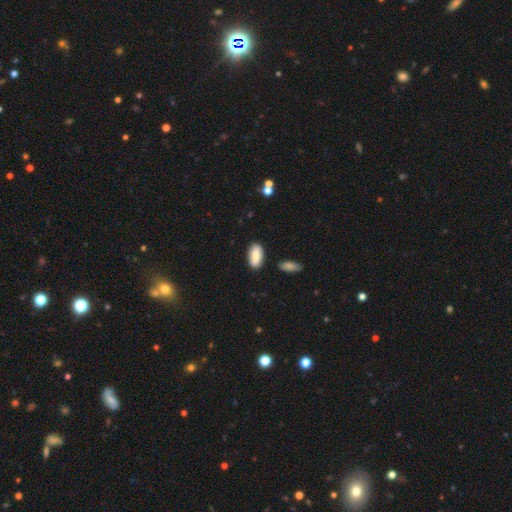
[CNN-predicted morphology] Smooth or featured: smooth — 83% (featured or disk — 11%)
How rounded: in between — 91% (cigar-shaped — 6%)
Merging: none — 82% (minor disturbance — 12%)